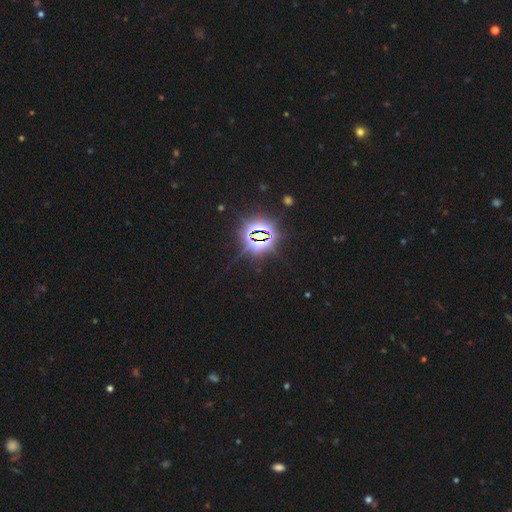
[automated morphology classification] type=star or artifact (84%).